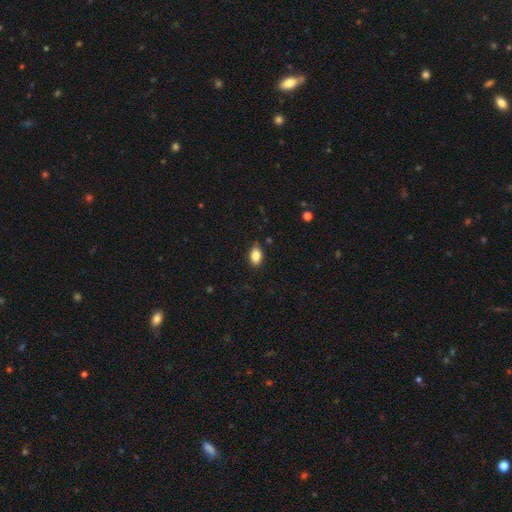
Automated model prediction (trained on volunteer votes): Overall: smooth (84%). How rounded: in between (88%). Merging: none (83%).